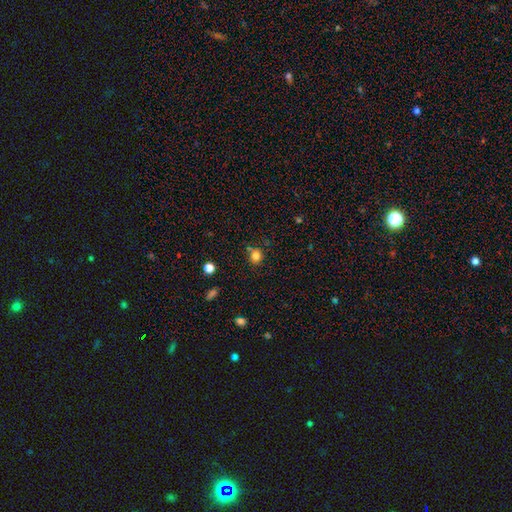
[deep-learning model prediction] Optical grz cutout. It shows a smooth galaxy with no disk features (81%) that is round (85%). Merging: none (73%).